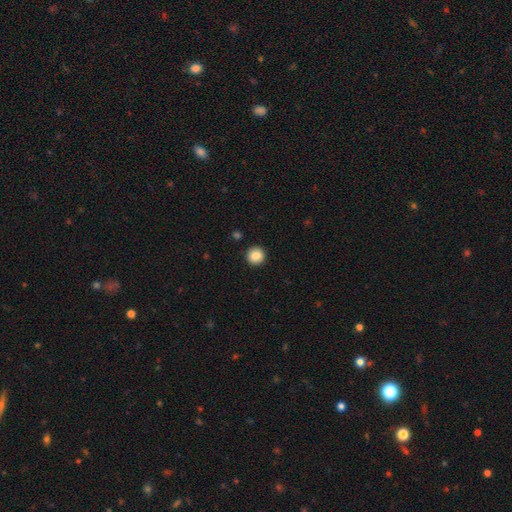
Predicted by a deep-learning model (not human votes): Morphology: type=smooth (87%); roundness=round (93%); merging=none (92%).